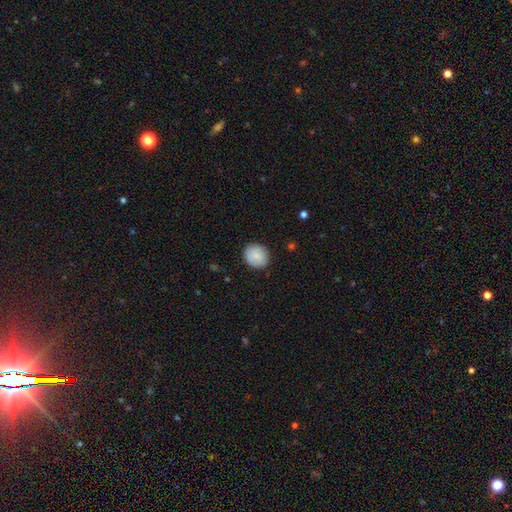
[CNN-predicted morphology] This appears to be a smooth galaxy with no disk features (82%) that is round (79%). Merging: none (85%).